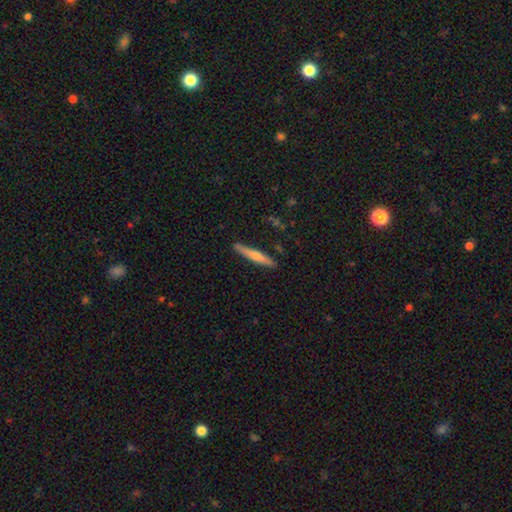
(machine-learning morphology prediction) The model was most divided on "smooth or featured": smooth: 52%, featured or disk: 43%, star or artifact: 6%. More confident: how rounded — cigar-shaped (93%); merging — none (87%).